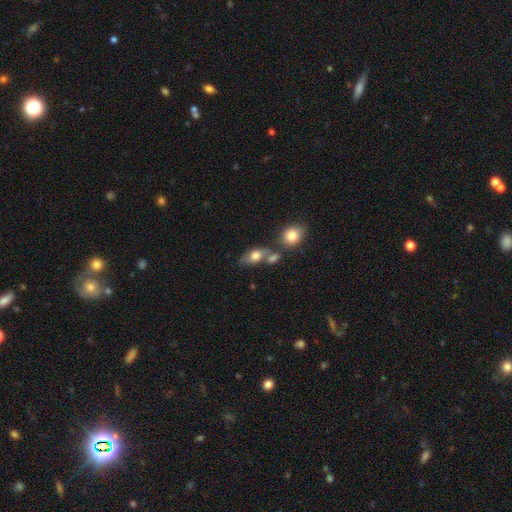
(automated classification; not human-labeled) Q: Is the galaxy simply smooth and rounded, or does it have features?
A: smooth — 70%.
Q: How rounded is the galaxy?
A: in between — 78%.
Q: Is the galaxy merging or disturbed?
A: none — 41%.